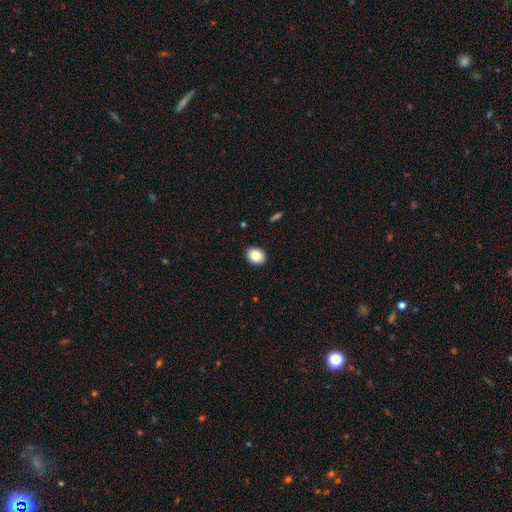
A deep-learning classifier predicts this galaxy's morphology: A smooth galaxy with no disk features (87%) that is in between round and cigar-shaped (55%).

Vote fractions:
- Smooth or featured? smooth: 87% / star or artifact: 8% / featured or disk: 5%
- How rounded? in between: 55% / round: 44% / cigar-shaped: 1%
- Merging? none: 91% / minor disturbance: 7% / major disturbance: 2% / merger: 1%